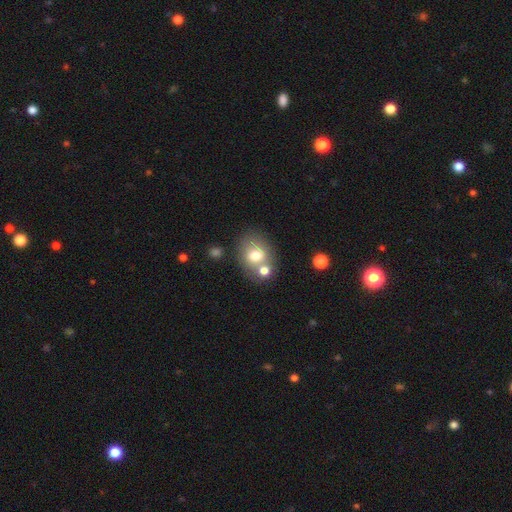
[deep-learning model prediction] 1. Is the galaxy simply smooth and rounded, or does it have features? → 71% smooth, 19% featured or disk, 10% star or artifact.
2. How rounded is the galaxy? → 50% round, 49% in between, 1% cigar-shaped.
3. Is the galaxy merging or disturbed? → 53% none, 28% merger, 13% minor disturbance, 5% major disturbance.